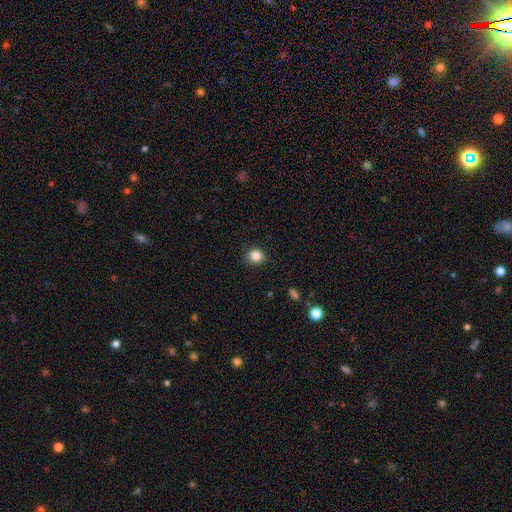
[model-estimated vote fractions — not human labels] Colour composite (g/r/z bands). It shows a smooth galaxy with no disk features (85%) that is round (80%). Merging: none (88%).